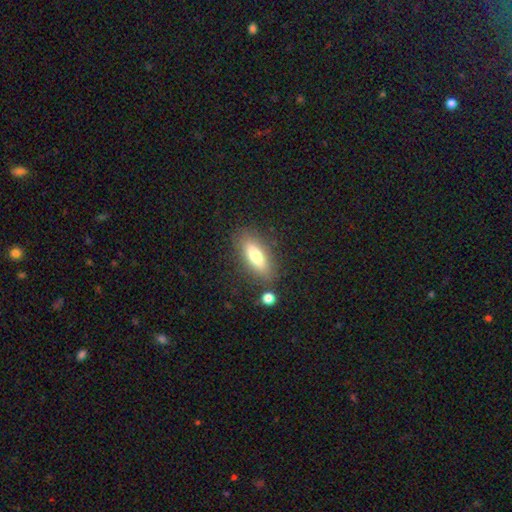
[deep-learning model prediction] Smooth or featured?
  - smooth: 71% *
  - featured or disk: 21%
  - star or artifact: 7%
How rounded?
  - in between: 63% *
  - cigar-shaped: 35%
  - round: 3%
Merging?
  - none: 79% *
  - minor disturbance: 12%
  - merger: 5%
  - major disturbance: 4%